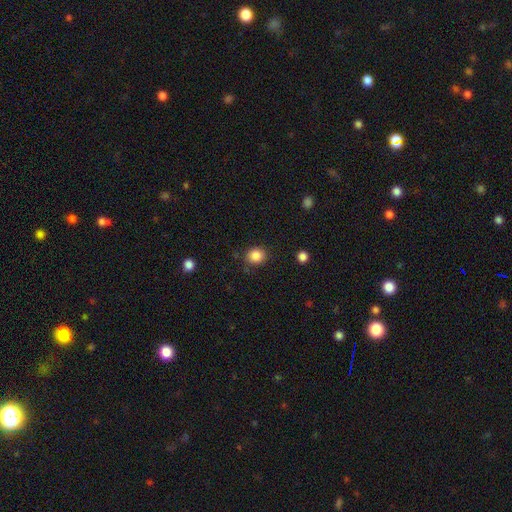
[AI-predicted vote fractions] A smooth galaxy with no disk features (86%) that is round (76%).

Vote fractions:
- Smooth or featured? smooth: 86% / star or artifact: 10% / featured or disk: 4%
- How rounded? round: 76% / in between: 23% / cigar-shaped: 1%
- Merging? none: 82% / minor disturbance: 12% / major disturbance: 3% / merger: 2%